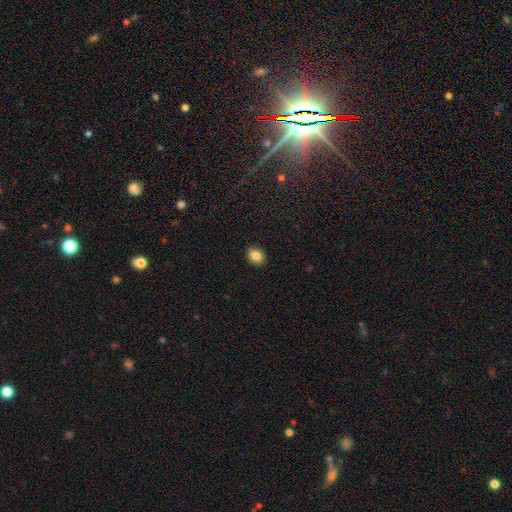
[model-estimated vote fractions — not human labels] smooth 85%, star or artifact 9%, featured or disk 5%. Down the decision tree: how rounded — round (59%); merging — none (92%).